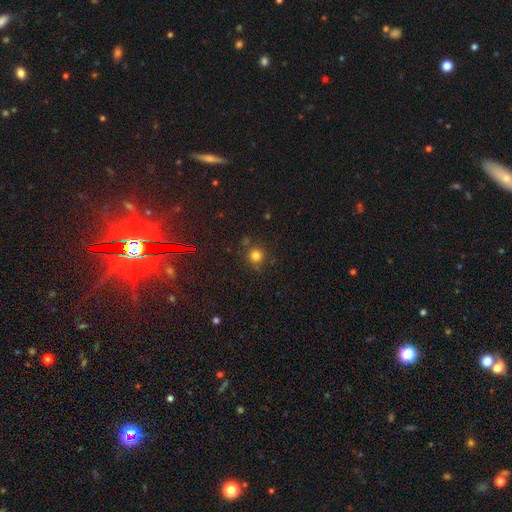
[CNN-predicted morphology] smooth-or-featured: smooth: 77% | star or artifact: 17% | featured or disk: 6%
  how-rounded: round: 92% | in between: 7% | cigar-shaped: 1%
  merging: none: 79% | minor disturbance: 12% | merger: 6% | major disturbance: 4%